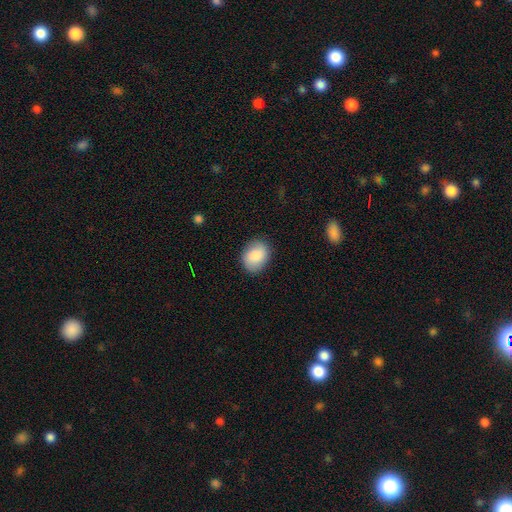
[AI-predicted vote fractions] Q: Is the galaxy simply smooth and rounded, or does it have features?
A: smooth — 85%.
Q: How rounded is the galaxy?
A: in between — 62%.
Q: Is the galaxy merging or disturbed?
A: none — 85%.